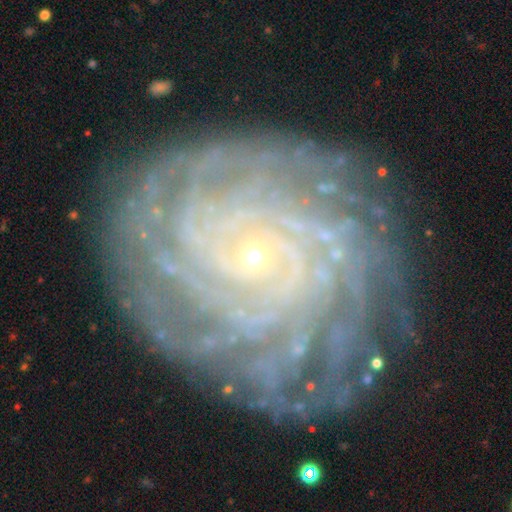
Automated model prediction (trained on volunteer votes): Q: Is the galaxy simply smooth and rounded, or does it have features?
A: featured or disk — 89%.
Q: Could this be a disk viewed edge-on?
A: no — 97%.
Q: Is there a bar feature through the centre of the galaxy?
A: no — 75%.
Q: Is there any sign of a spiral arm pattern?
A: yes — 98%.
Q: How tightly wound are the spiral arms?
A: tight — 85%.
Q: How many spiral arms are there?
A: more than 4 — 34%.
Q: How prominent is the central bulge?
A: small — 89%.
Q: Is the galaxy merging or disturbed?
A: none — 81%.